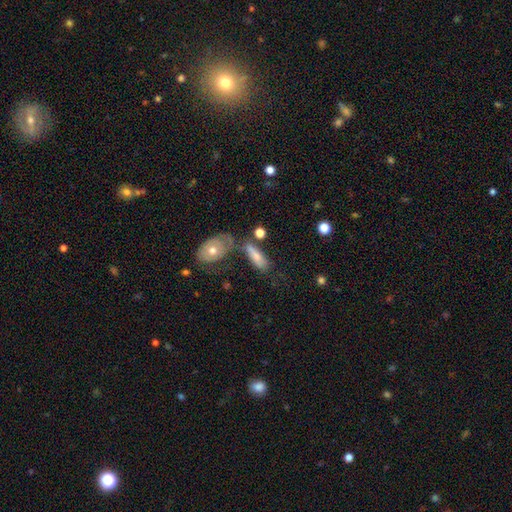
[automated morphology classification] smooth-or-featured: smooth: 68% | featured or disk: 24% | star or artifact: 8%
  how-rounded: in between: 61% | cigar-shaped: 35% | round: 4%
  merging: none: 42% | merger: 24% | minor disturbance: 21% | major disturbance: 13%